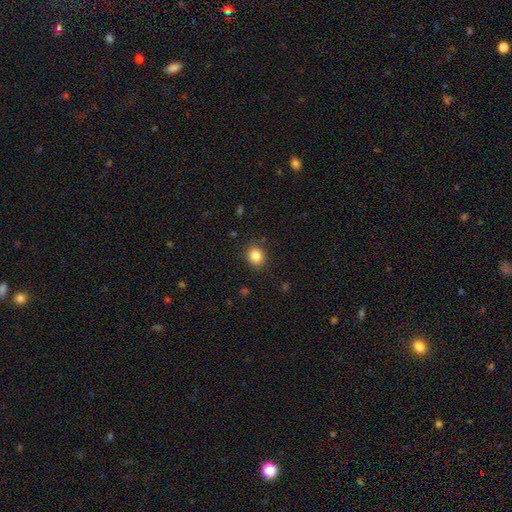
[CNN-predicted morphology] The model was most divided on "how rounded": round: 76%, in between: 23%, cigar-shaped: 1%. More confident: merging — none (87%); smooth or featured — smooth (85%).